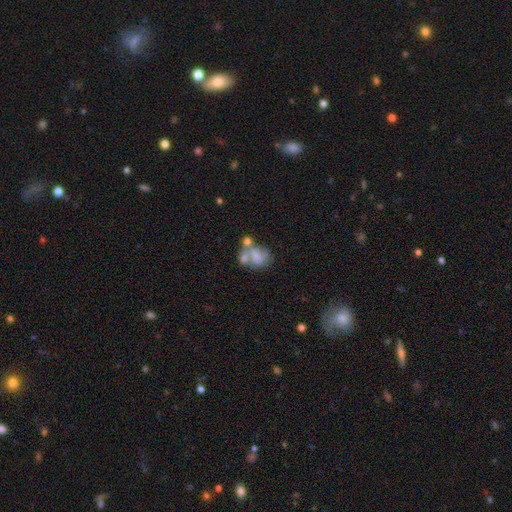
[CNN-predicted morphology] Overall: featured or disk (45%; smooth 44%). Merging: merger (45%; none 23%).